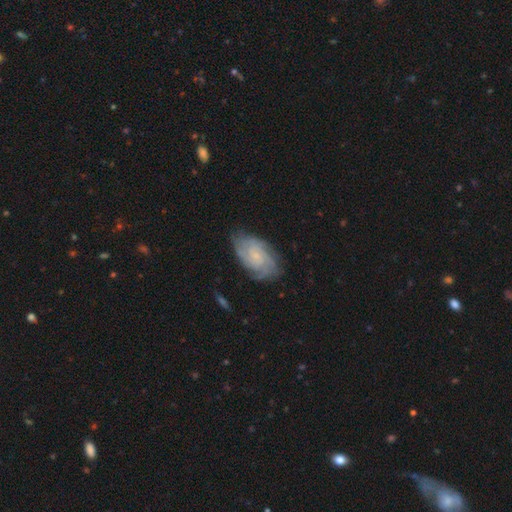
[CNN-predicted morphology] The model was most divided on "spiral arm count": can't tell: 39%, 3: 18%, 4: 16%, 2: 15%, more than 4: 6%, 1: 5%. More confident: edge-on disk — no (96%); spiral arms — yes (93%); merging — none (73%); bar — no (72%); smooth or featured — featured or disk (70%); bulge size — small (69%); spiral winding — tight (61%).